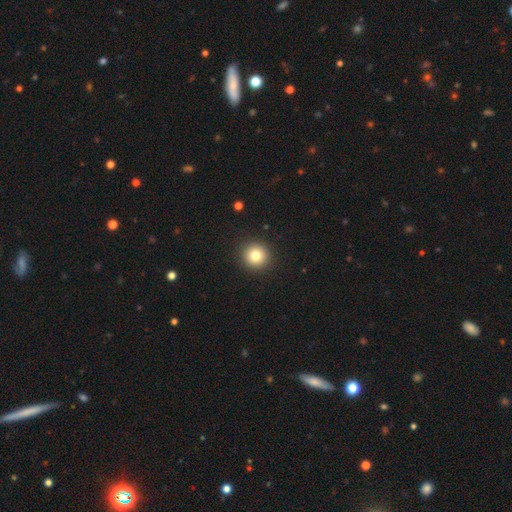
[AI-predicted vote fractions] A smooth galaxy with no disk features (81%) that is round (94%).

Vote fractions:
- Smooth or featured? smooth: 81% / star or artifact: 11% / featured or disk: 8%
- How rounded? round: 94% / in between: 5% / cigar-shaped: 1%
- Merging? none: 92% / minor disturbance: 5% / major disturbance: 2% / merger: 1%